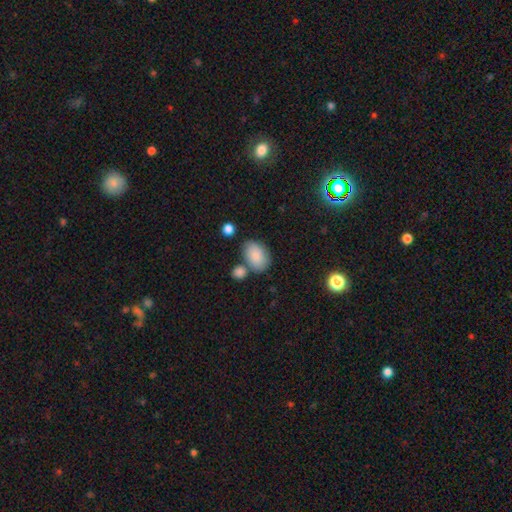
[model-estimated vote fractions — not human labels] smooth-or-featured: smooth: 85% | featured or disk: 8% | star or artifact: 7%
  how-rounded: in between: 85% | round: 13% | cigar-shaped: 1%
  merging: none: 59% | minor disturbance: 19% | merger: 17% | major disturbance: 5%